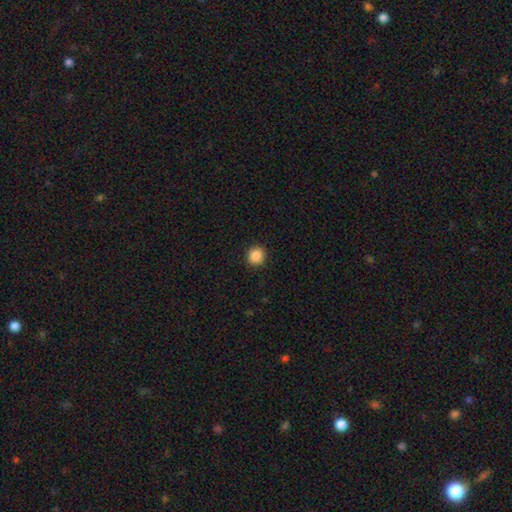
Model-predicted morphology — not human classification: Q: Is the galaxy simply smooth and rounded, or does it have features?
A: smooth — 87%.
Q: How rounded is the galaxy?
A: round — 89%.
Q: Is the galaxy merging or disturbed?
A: none — 92%.